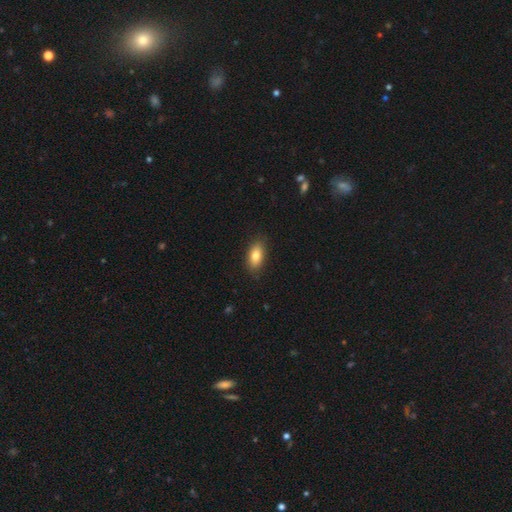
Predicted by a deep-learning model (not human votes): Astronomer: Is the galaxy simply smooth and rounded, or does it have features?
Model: smooth — 82%.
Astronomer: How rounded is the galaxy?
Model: in between — 88%.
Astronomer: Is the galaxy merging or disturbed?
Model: none — 86%.